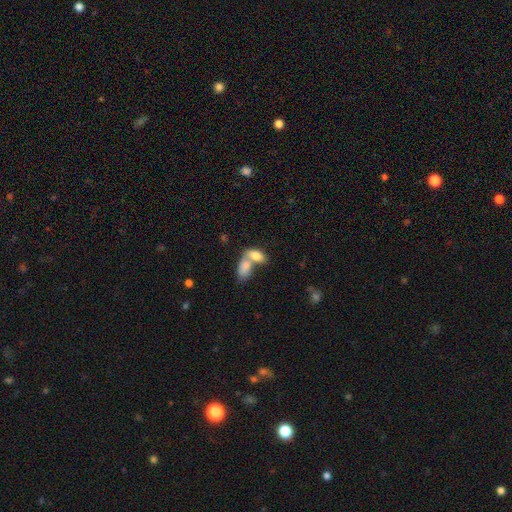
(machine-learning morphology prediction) Smooth or featured? smooth (80%)
How rounded? in between (91%)
Merging? merger (66%)